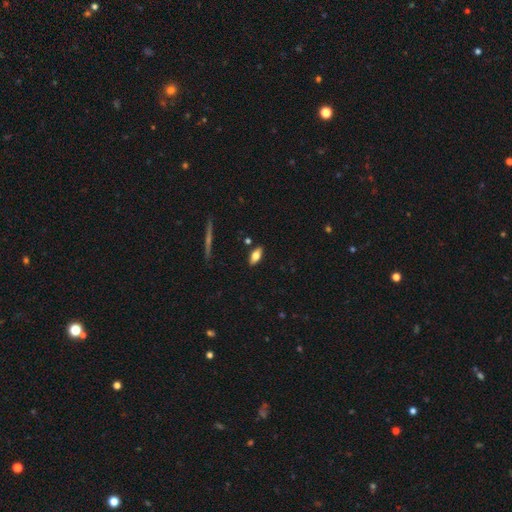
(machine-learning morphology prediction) This is likely a smooth galaxy (71%). How rounded: clearly in between (81%). Merging: clearly none (87%).